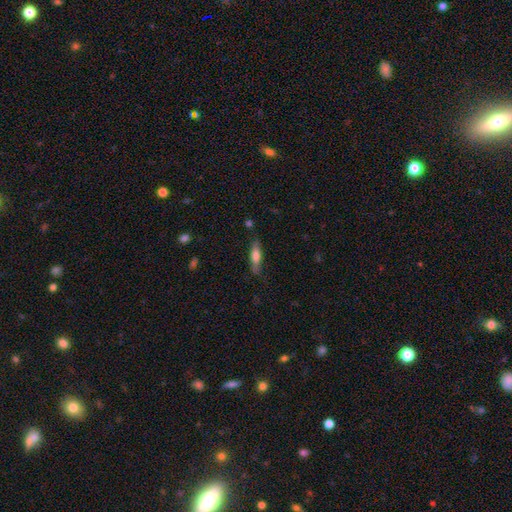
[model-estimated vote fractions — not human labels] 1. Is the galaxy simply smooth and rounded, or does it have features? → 65% smooth, 29% featured or disk, 7% star or artifact.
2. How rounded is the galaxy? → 64% cigar-shaped, 34% in between, 2% round.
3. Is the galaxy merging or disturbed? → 77% none, 17% minor disturbance, 4% major disturbance, 2% merger.